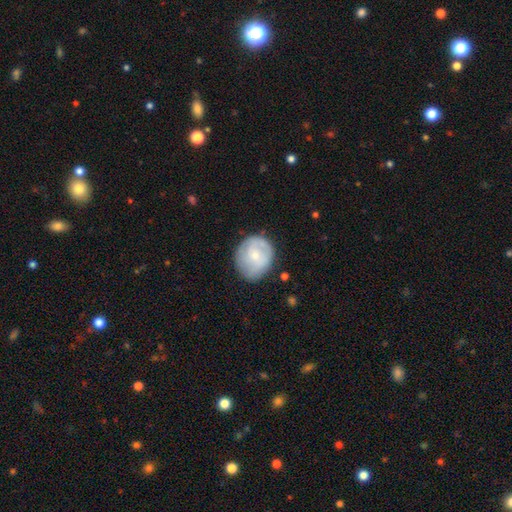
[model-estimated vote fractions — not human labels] This is possibly a smooth galaxy (59%). How rounded: likely round (71%). Merging: likely none (72%).